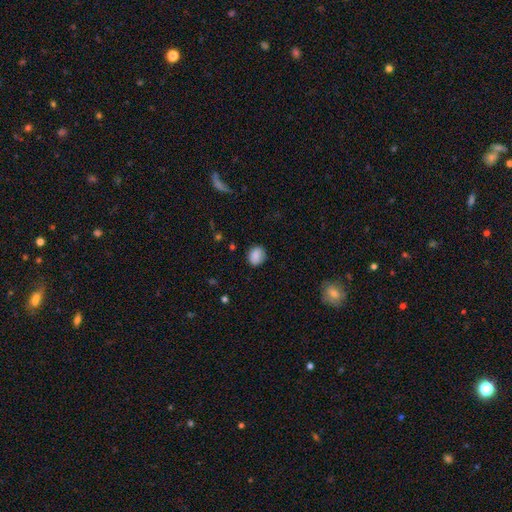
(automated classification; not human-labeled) smooth_or_featured: smooth (p=0.84) [alt: star or artifact p=0.09]
how_rounded: round (p=0.63) [alt: in between p=0.36]
merging: none (p=0.80) [alt: minor disturbance p=0.15]